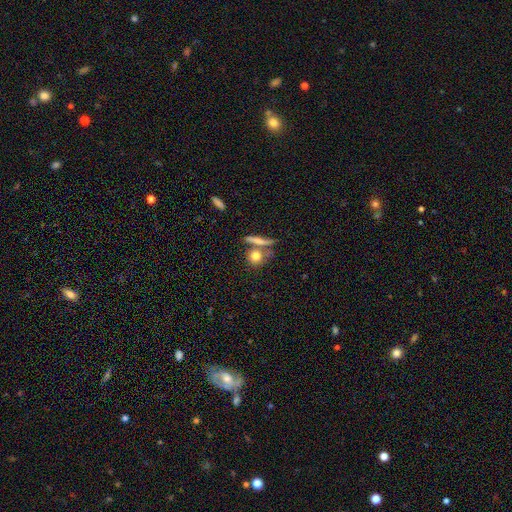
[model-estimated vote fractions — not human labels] smooth 74%, featured or disk 16%, star or artifact 11%. Down the decision tree: how rounded — round (74%); merging — none (60%).